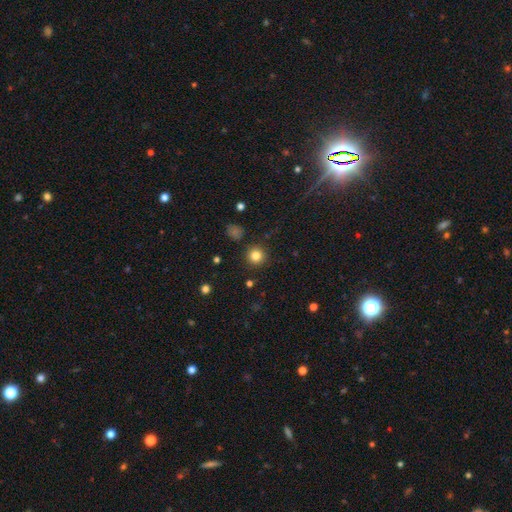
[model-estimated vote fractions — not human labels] smooth_or_featured: smooth (p=0.83) [alt: star or artifact p=0.12]
how_rounded: round (p=0.94) [alt: in between p=0.05]
merging: none (p=0.90) [alt: minor disturbance p=0.06]